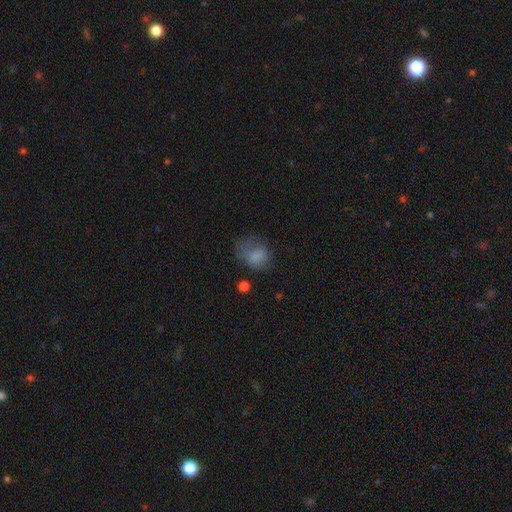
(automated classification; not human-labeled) Smooth or featured? Predicted: smooth (p=0.76). How rounded? Predicted: round (p=0.50). Merging? Predicted: none (p=0.42).